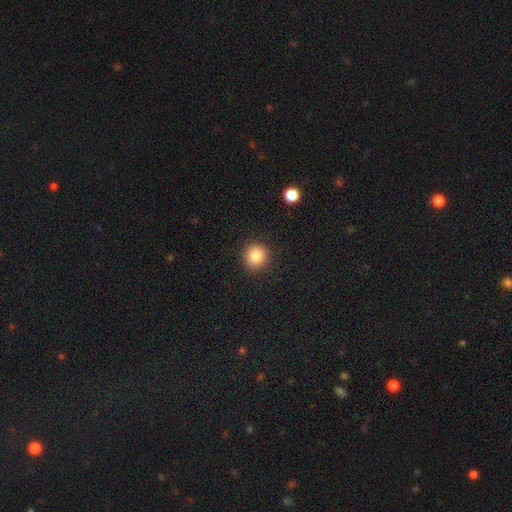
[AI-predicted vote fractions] Q: Smooth or featured?
A: smooth (86%); runner-up: star or artifact (10%)
Q: How rounded?
A: round (94%); runner-up: in between (5%)
Q: Merging?
A: none (91%); runner-up: minor disturbance (6%)